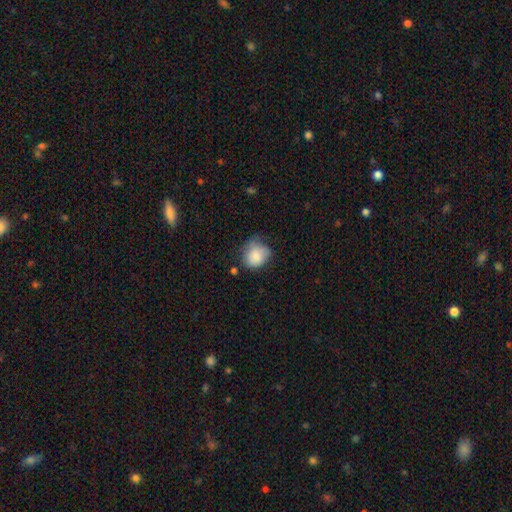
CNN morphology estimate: type=smooth (82%); roundness=round (59%); merging=none (45%).